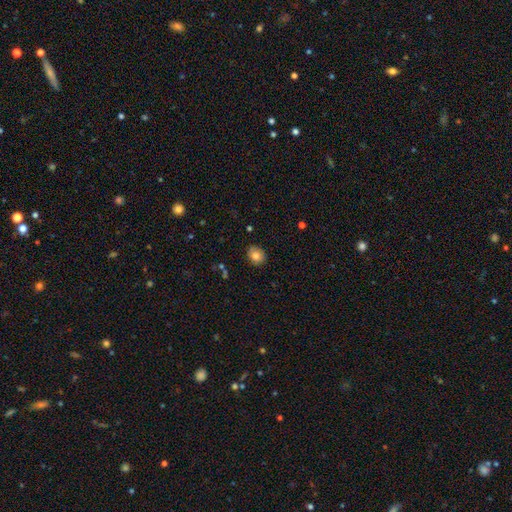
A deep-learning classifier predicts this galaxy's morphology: smooth 81%, featured or disk 10%, star or artifact 9%. Down the decision tree: how rounded — round (54%); merging — none (85%).